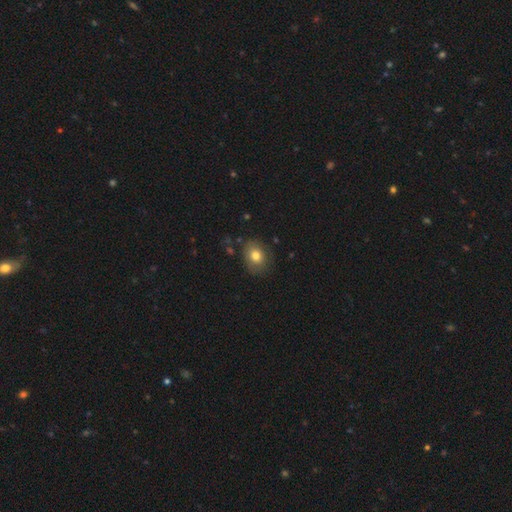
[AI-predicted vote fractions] Smooth or featured?
  - smooth: 76% *
  - featured or disk: 14%
  - star or artifact: 10%
How rounded?
  - in between: 54% *
  - round: 45%
  - cigar-shaped: 1%
Merging?
  - none: 79% *
  - minor disturbance: 15%
  - major disturbance: 4%
  - merger: 2%